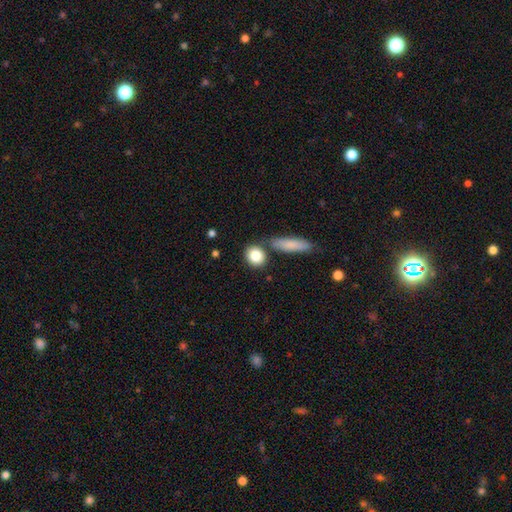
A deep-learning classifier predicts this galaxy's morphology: smooth-or-featured: smooth: 84% | featured or disk: 9% | star or artifact: 7%
  how-rounded: round: 65% | in between: 30% | cigar-shaped: 4%
  merging: none: 73% | merger: 13% | minor disturbance: 11% | major disturbance: 3%